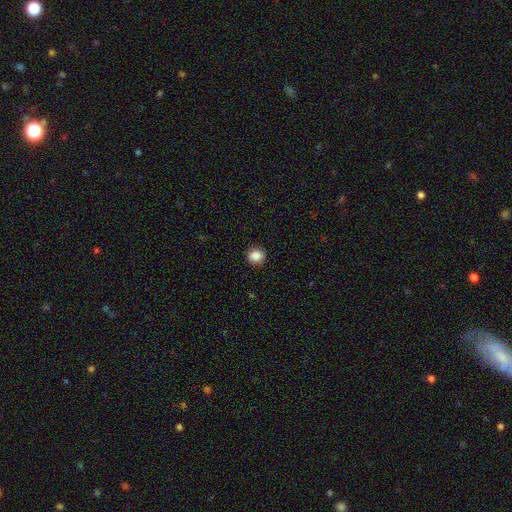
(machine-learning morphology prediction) smooth 88%, star or artifact 9%, featured or disk 3%. Down the decision tree: how rounded — round (88%); merging — none (91%).